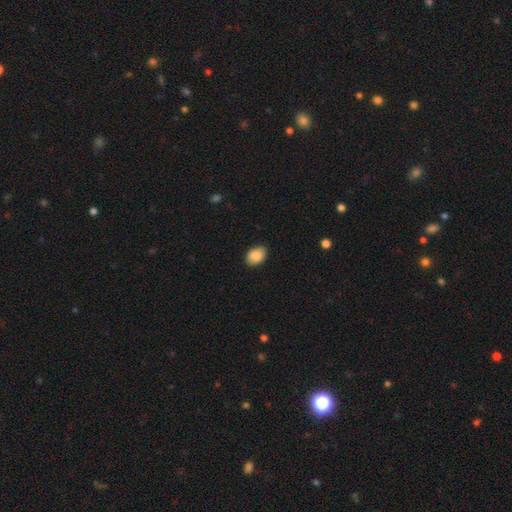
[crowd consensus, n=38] This appears to be a smooth galaxy with no disk features (92%) that is in between round and cigar-shaped (71%). Merging: none (80%).